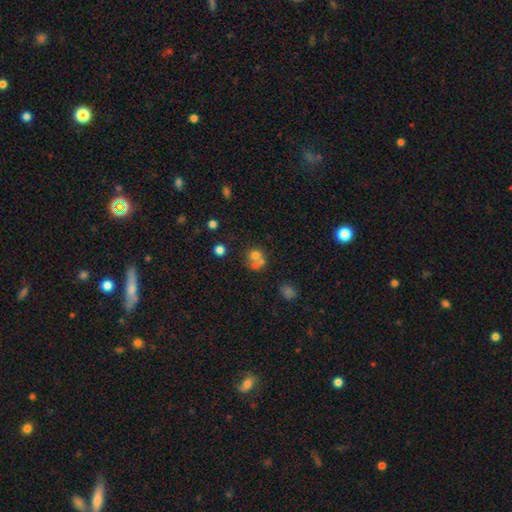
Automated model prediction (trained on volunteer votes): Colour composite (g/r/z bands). It shows a smooth galaxy with no disk features (63%) that is round (75%). Merging: merger (52%).